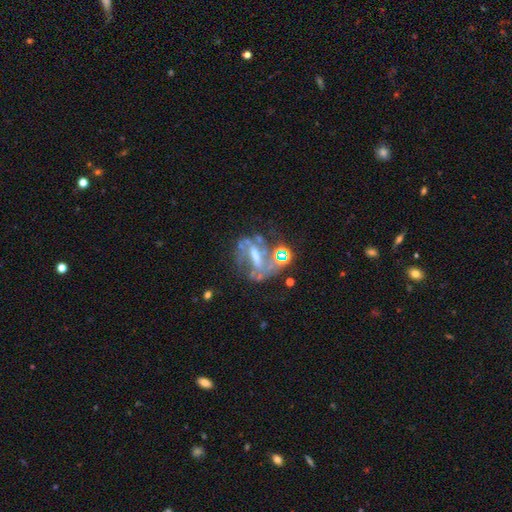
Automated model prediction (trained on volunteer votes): This is likely a featured or disk galaxy (71%). It is clearly not viewed edge-on (92%). Bar: marginally strong (43%). Spiral arm pattern: possibly yes (51%). Central bulge: marginally moderate (36%). Merging: marginally none (39%).